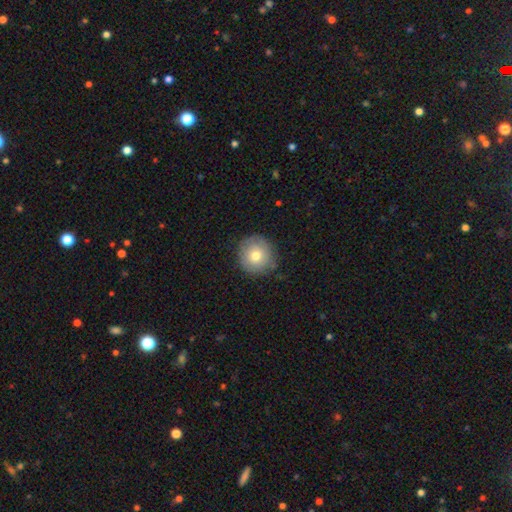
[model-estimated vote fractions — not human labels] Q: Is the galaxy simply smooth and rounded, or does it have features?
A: smooth — 73%.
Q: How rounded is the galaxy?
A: round — 94%.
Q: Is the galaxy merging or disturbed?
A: none — 82%.